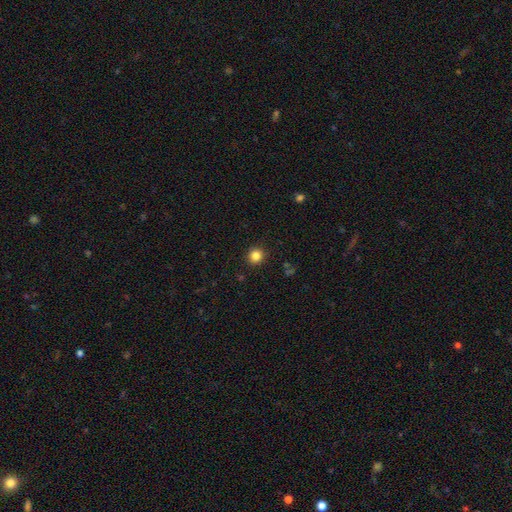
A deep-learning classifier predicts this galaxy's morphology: This appears to be a smooth galaxy with no disk features (84%) that is round (92%). Merging: none (92%).